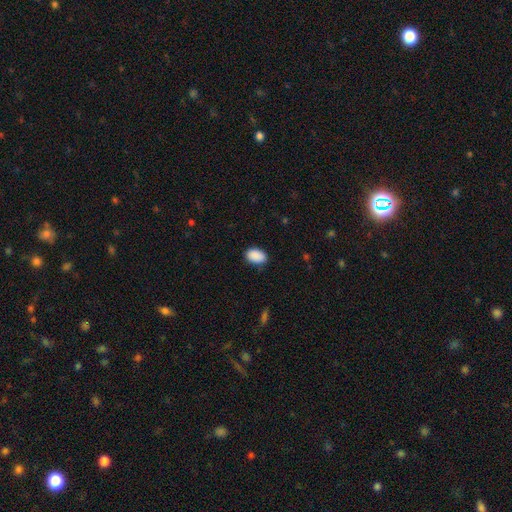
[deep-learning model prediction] A smooth galaxy with no disk features (91%) that is in between round and cigar-shaped (91%). Merging: none (86%).